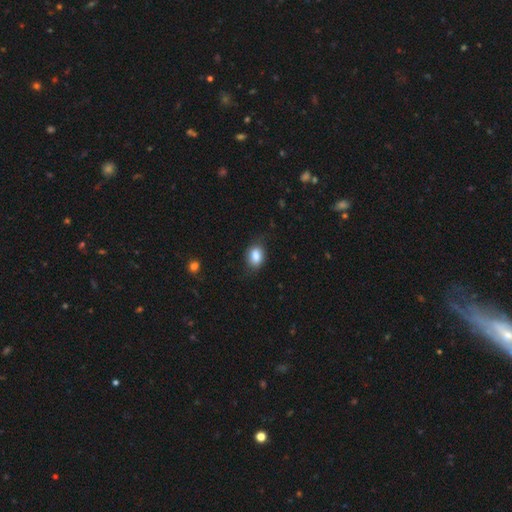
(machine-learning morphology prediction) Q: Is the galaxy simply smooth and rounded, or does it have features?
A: smooth — 85%.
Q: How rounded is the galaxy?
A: in between — 76%.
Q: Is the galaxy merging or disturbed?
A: none — 75%.